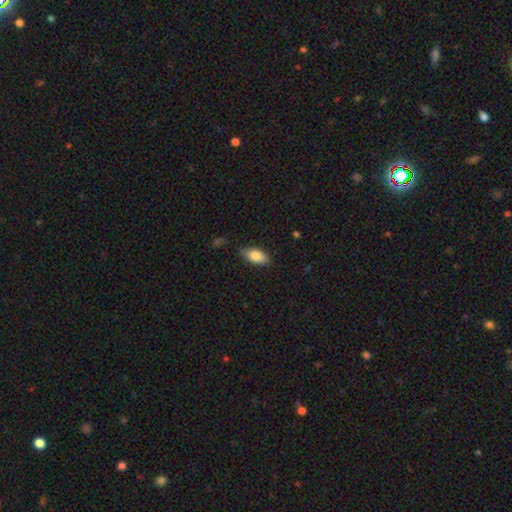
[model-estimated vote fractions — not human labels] Morphology: type=smooth (81%); roundness=in between (89%); merging=none (80%).